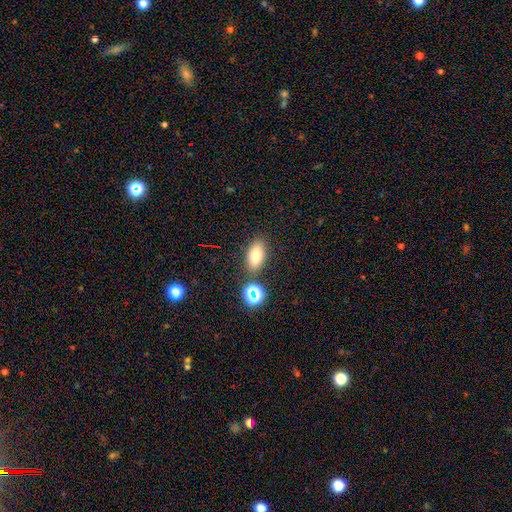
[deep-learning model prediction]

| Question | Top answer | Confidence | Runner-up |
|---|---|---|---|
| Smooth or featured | smooth | 72% | featured or disk (14%) |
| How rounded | in between | 84% | round (11%) |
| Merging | none | 82% | minor disturbance (10%) |